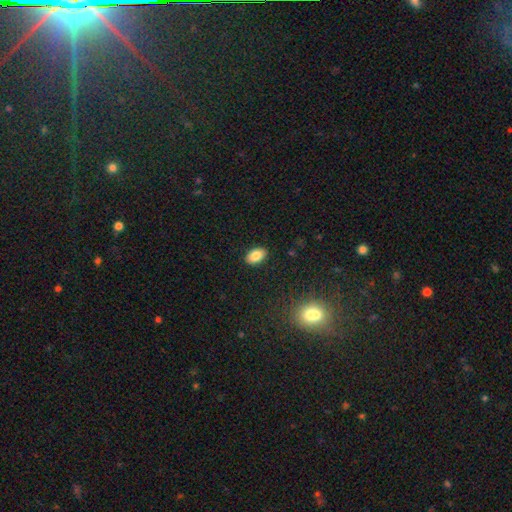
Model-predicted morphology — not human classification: Q: Smooth or featured?
A: smooth (84%); runner-up: star or artifact (9%)
Q: How rounded?
A: in between (91%); runner-up: round (7%)
Q: Merging?
A: none (89%); runner-up: minor disturbance (8%)